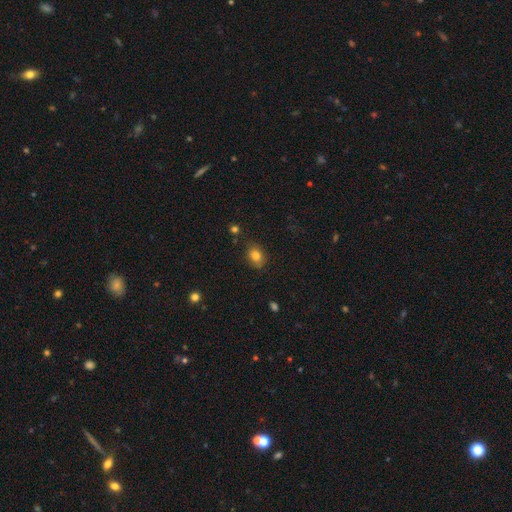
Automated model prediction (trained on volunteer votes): The model was most divided on "how rounded": in between: 55%, round: 44%, cigar-shaped: 1%. More confident: smooth or featured — smooth (81%); merging — none (79%).